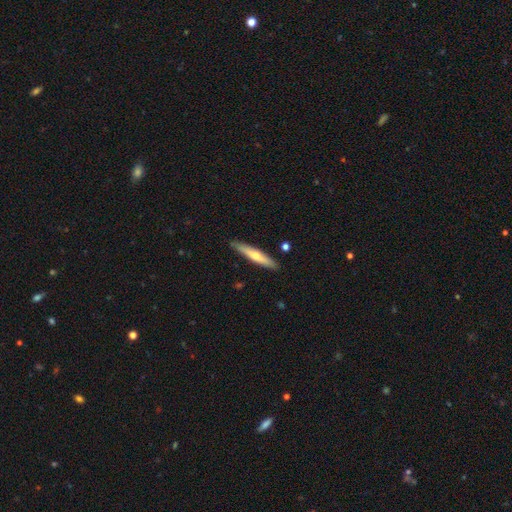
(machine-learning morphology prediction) The model was most divided on "smooth or featured": smooth: 49%, featured or disk: 46%, star or artifact: 5%. More confident: merging — none (88%).